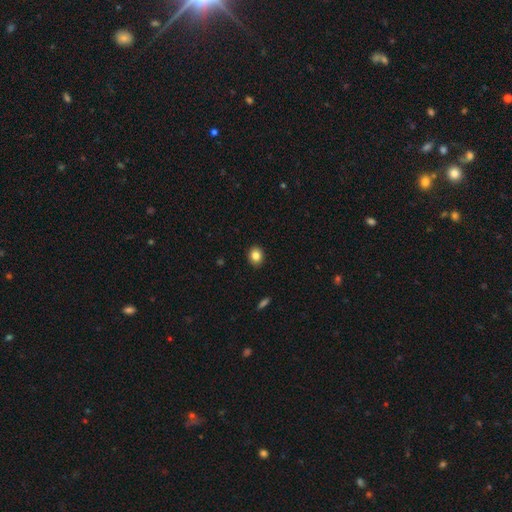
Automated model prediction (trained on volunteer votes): This is clearly a smooth galaxy (84%). How rounded: likely round (64%). Merging: clearly none (91%).